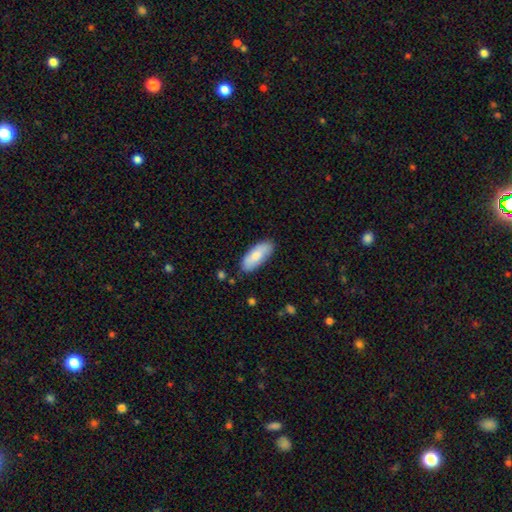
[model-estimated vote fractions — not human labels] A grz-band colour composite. It shows a smooth galaxy with no disk features (80%) that is in between round and cigar-shaped (84%). Merging: none (81%).